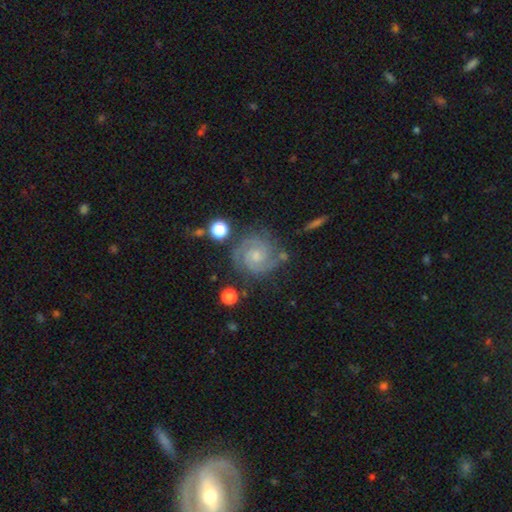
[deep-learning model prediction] smooth_or_featured: featured or disk (p=0.86) [alt: smooth p=0.08]
disk_edge_on: no (p=0.98) [alt: yes p=0.02]
bar: no (p=0.67) [alt: weak p=0.27]
has_spiral_arms: yes (p=0.98) [alt: no p=0.02]
spiral_winding: tight (p=0.69) [alt: medium p=0.27]
spiral_arm_count: 2 (p=0.67) [alt: 3 p=0.18]
bulge_size: small (p=0.57) [alt: moderate p=0.32]
merging: none (p=0.76) [alt: minor disturbance p=0.15]